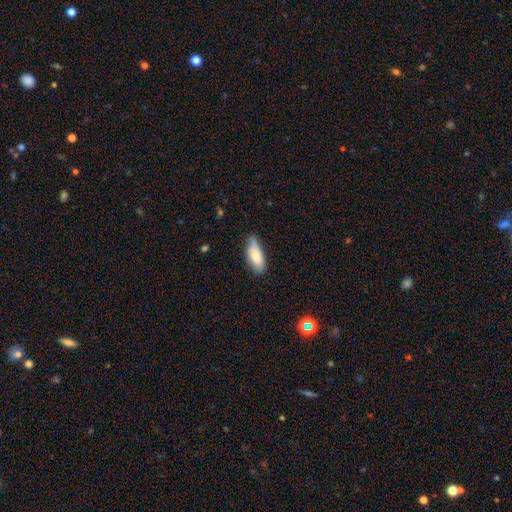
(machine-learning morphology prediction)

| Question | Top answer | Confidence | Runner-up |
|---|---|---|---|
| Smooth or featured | smooth | 74% | featured or disk (20%) |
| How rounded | in between | 79% | cigar-shaped (19%) |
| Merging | none | 56% | minor disturbance (35%) |